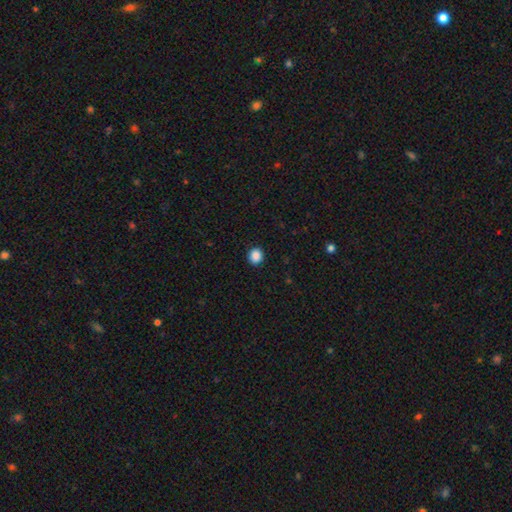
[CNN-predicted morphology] A smooth galaxy with no disk features (88%) that is round (81%).

Vote fractions:
- Smooth or featured? smooth: 88% / star or artifact: 10% / featured or disk: 2%
- How rounded? round: 81% / in between: 19% / cigar-shaped: 1%
- Merging? none: 92% / minor disturbance: 5% / major disturbance: 2% / merger: 1%